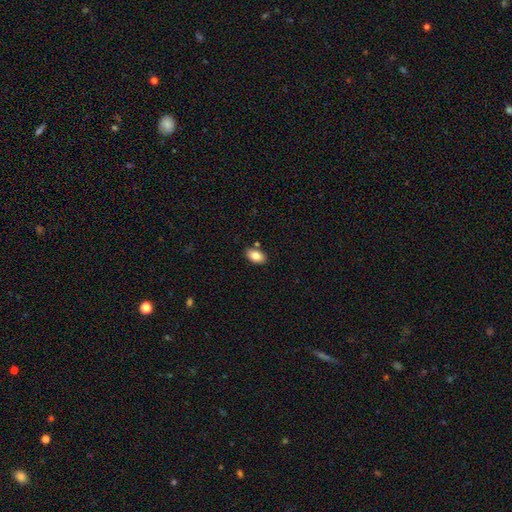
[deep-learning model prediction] smooth-or-featured: smooth: 84% | featured or disk: 9% | star or artifact: 8%
  how-rounded: in between: 92% | round: 6% | cigar-shaped: 2%
  merging: none: 83% | minor disturbance: 10% | merger: 4% | major disturbance: 2%